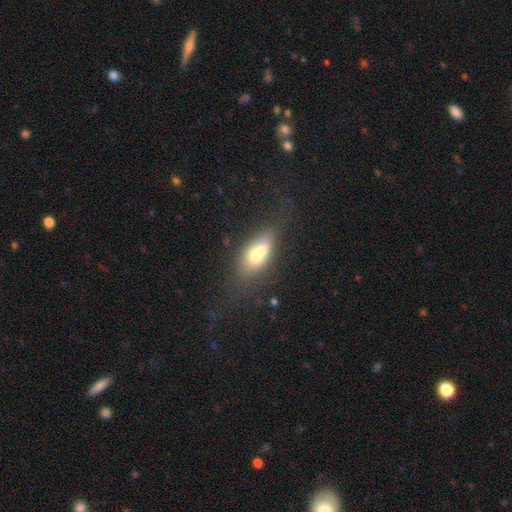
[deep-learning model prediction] Q: Smooth or featured?
A: smooth (60%); runner-up: featured or disk (31%)
Q: How rounded?
A: in between (78%); runner-up: round (11%)
Q: Merging?
A: merger (53%); runner-up: none (28%)